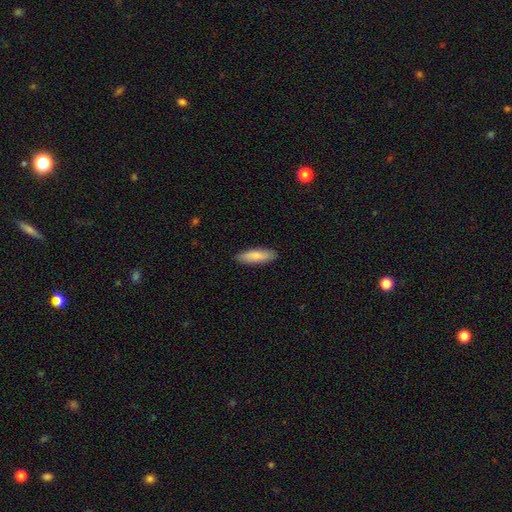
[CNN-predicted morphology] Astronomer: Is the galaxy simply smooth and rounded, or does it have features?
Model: smooth — 83%.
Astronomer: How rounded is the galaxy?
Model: cigar-shaped — 50% (runner-up: in between, 48%).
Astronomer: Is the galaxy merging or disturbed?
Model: none — 89%.